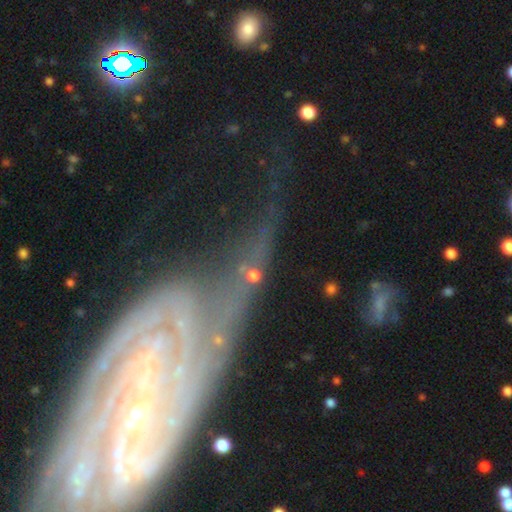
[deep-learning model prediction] featured or disk 76%, star or artifact 13%, smooth 11%. Down the decision tree: edge-on disk — no (89%); bar — no (49%); spiral arms — yes (89%); spiral arm count — 2 (30%); spiral winding — tight (60%); bulge size — small (69%); merging — none (51%).